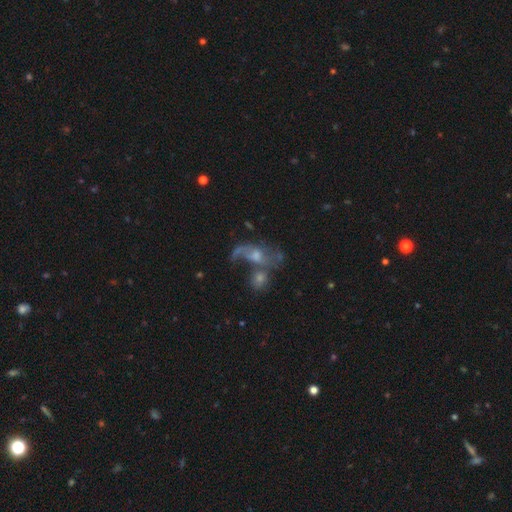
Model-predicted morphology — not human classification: This is likely a featured or disk galaxy (68%). It is clearly not viewed edge-on (94%). Bar: likely no (63%). Spiral arm pattern: likely yes (79%). Spiral arm count: likely 2 (61%). Spiral winding: likely loose (71%). Central bulge: possibly moderate (52%). Merging: marginally merger (40%).